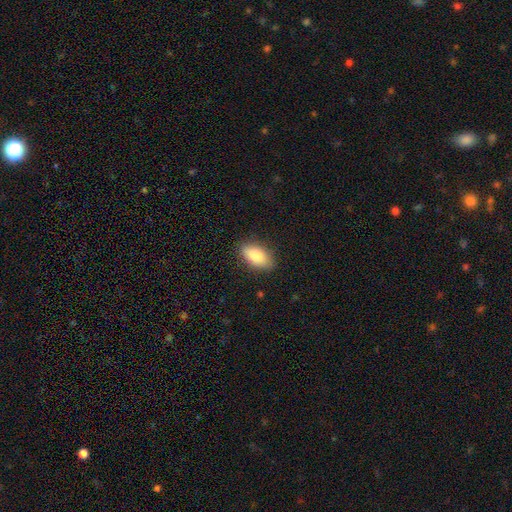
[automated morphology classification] type=smooth (84%); roundness=in between (91%); merging=none (85%).